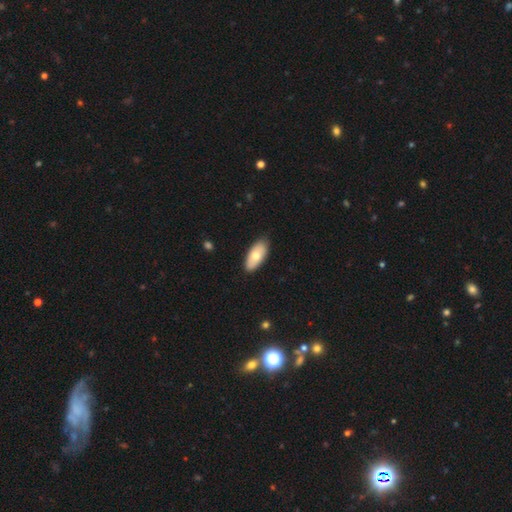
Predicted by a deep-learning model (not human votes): The model was most divided on "smooth or featured": smooth: 72%, featured or disk: 22%, star or artifact: 6%. More confident: how rounded — in between (88%); merging — none (86%).